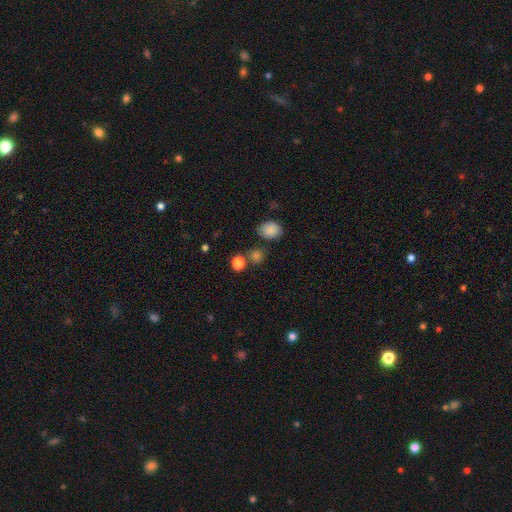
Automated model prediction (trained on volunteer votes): Smooth or featured?
  - smooth: 70% *
  - star or artifact: 24%
  - featured or disk: 6%
How rounded?
  - round: 68% *
  - in between: 30%
  - cigar-shaped: 1%
Merging?
  - none: 76% *
  - minor disturbance: 11%
  - merger: 10%
  - major disturbance: 4%